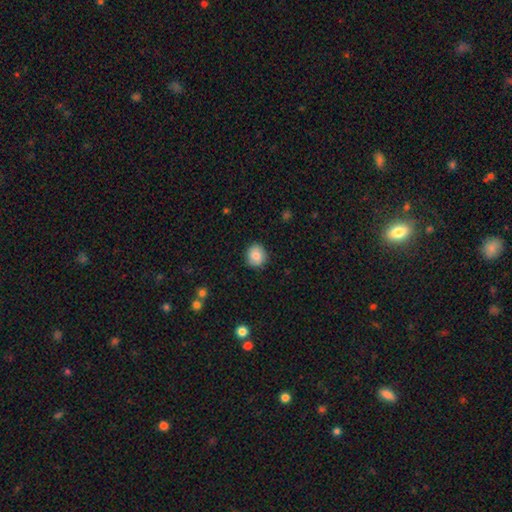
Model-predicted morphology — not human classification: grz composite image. It shows a smooth galaxy with no disk features (79%) that is round (83%). Merging: none (86%).